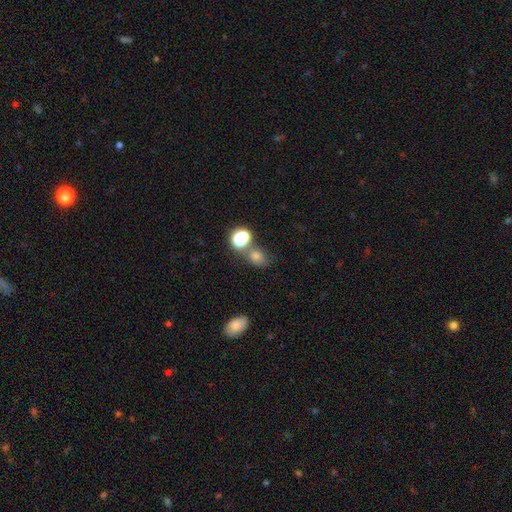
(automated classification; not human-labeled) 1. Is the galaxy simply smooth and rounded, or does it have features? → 67% smooth, 24% star or artifact, 9% featured or disk.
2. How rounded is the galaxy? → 51% round, 47% in between, 1% cigar-shaped.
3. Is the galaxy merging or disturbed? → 58% none, 23% merger, 13% minor disturbance, 6% major disturbance.